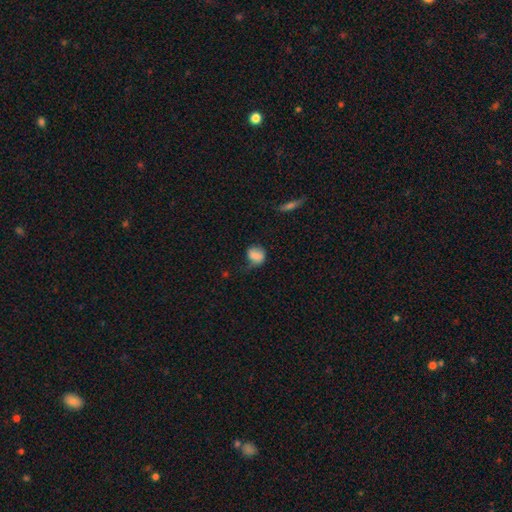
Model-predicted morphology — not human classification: This appears to be a smooth galaxy with no disk features (76%) that is round (56%). Merging: none (40%).